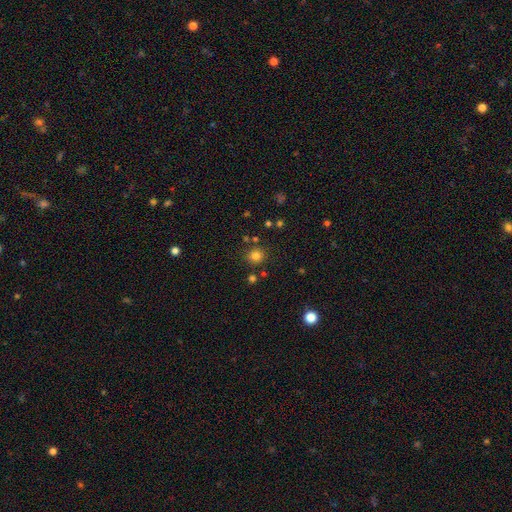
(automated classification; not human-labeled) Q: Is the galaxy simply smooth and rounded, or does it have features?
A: smooth — 80%.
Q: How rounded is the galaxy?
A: round — 88%.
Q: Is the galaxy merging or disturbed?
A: none — 84%.